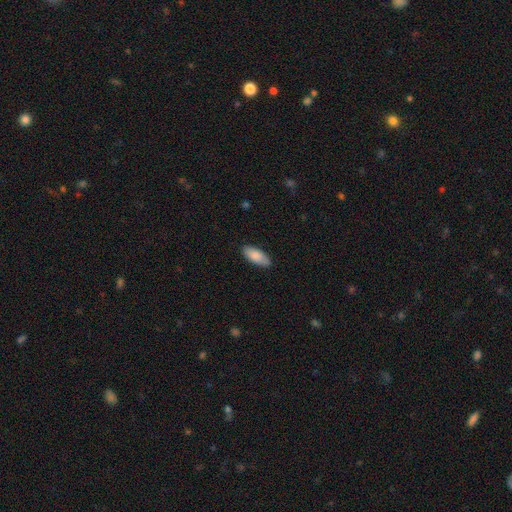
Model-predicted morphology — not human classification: smooth 87%, featured or disk 7%, star or artifact 5%. Down the decision tree: how rounded — in between (82%); merging — none (87%).